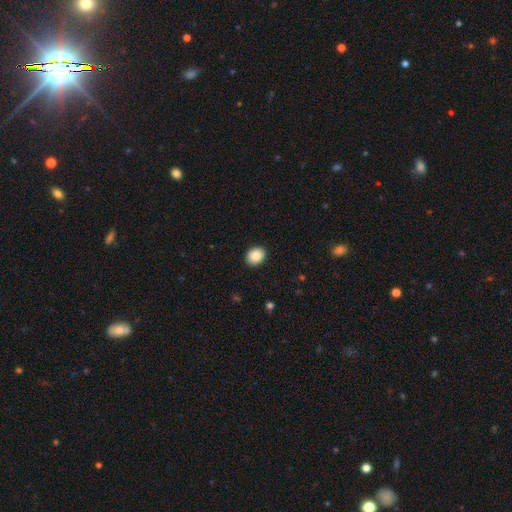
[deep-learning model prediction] Smooth or featured: smooth — 86% (star or artifact — 8%)
How rounded: in between — 53% (round — 46%)
Merging: none — 91% (minor disturbance — 6%)